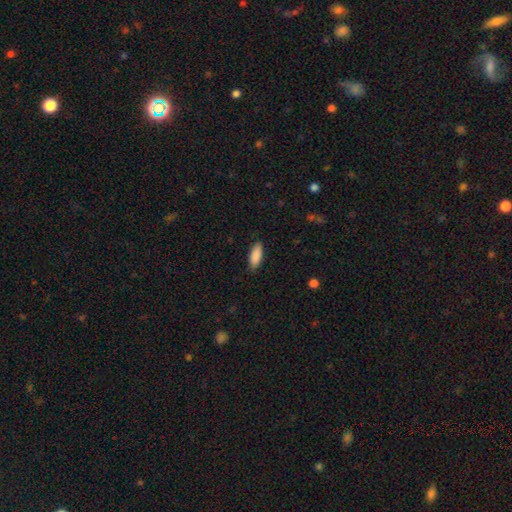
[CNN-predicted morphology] This is clearly a smooth galaxy (90%). How rounded: likely in between (75%). Merging: clearly none (87%).